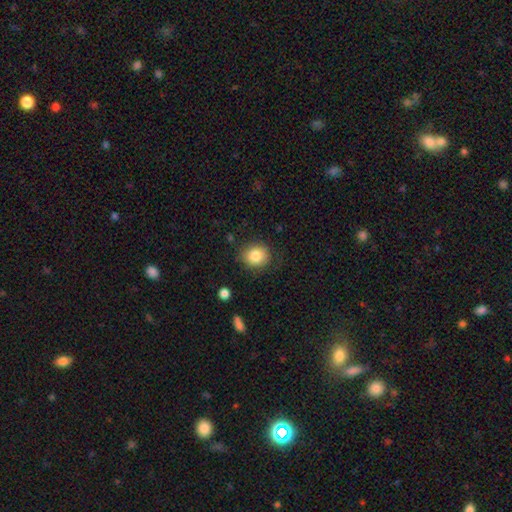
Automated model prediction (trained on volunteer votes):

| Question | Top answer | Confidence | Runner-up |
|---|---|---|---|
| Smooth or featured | smooth | 83% | star or artifact (9%) |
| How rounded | round | 78% | in between (21%) |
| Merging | none | 83% | minor disturbance (12%) |